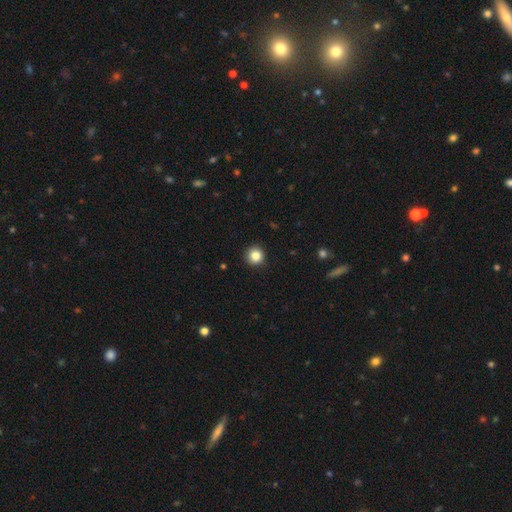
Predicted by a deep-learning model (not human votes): smooth-or-featured: smooth: 85% | star or artifact: 11% | featured or disk: 5%
  how-rounded: round: 95% | in between: 4% | cigar-shaped: 1%
  merging: none: 93% | minor disturbance: 5% | major disturbance: 2% | merger: 1%